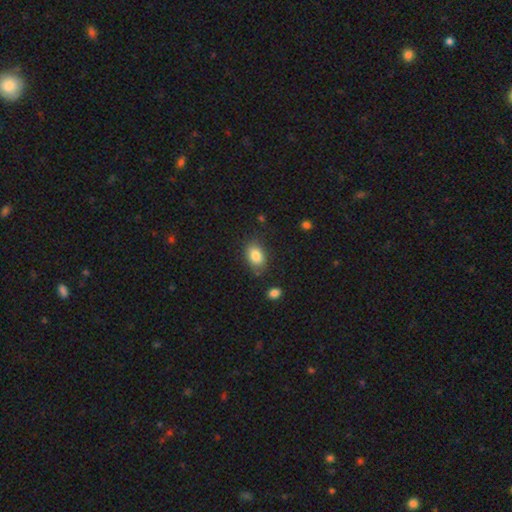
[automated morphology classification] Q: Smooth or featured?
A: smooth (85%); runner-up: star or artifact (8%)
Q: How rounded?
A: in between (83%); runner-up: round (16%)
Q: Merging?
A: none (79%); runner-up: minor disturbance (14%)